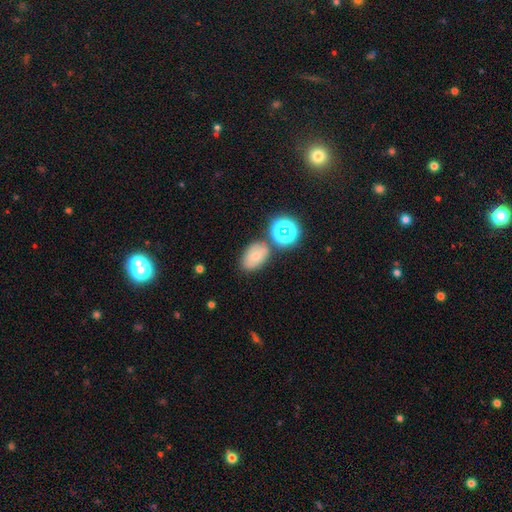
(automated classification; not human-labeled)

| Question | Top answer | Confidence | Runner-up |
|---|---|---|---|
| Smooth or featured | smooth | 59% | featured or disk (21%) |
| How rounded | in between | 78% | round (21%) |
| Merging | none | 67% | minor disturbance (17%) |